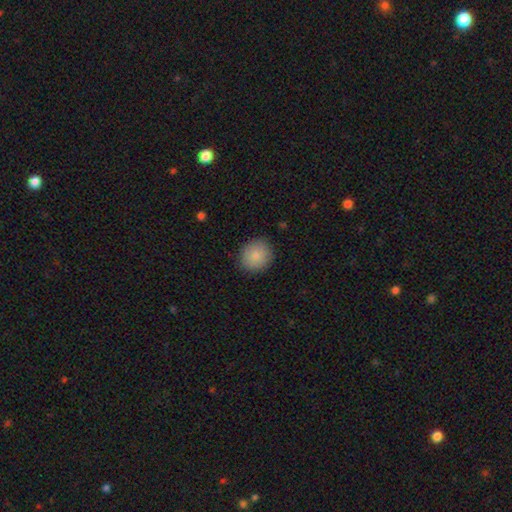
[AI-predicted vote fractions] smooth-or-featured: smooth: 86% | star or artifact: 8% | featured or disk: 6%
  how-rounded: round: 83% | in between: 16% | cigar-shaped: 1%
  merging: none: 88% | minor disturbance: 9% | major disturbance: 3% | merger: 1%